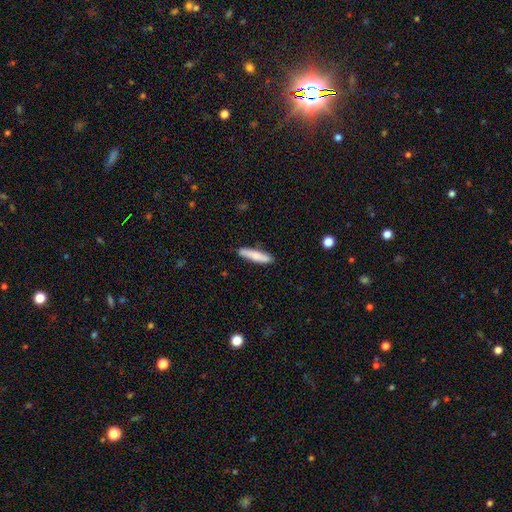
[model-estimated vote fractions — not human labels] Smooth or featured? smooth (74%)
How rounded? cigar-shaped (85%)
Merging? none (87%)